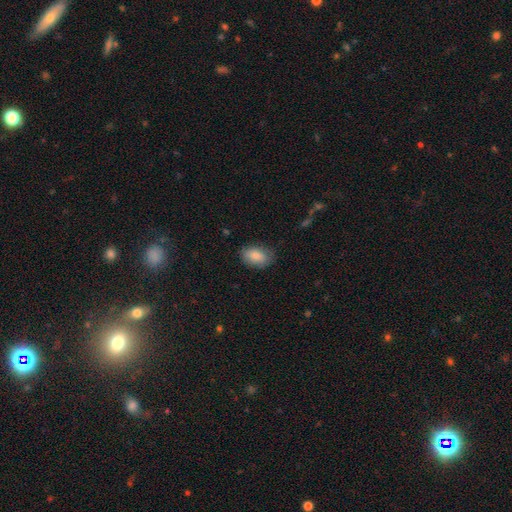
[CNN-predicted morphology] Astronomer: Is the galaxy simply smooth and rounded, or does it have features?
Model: smooth — 85%.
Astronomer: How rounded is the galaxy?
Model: in between — 85%.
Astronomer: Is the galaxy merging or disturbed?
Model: none — 76%.